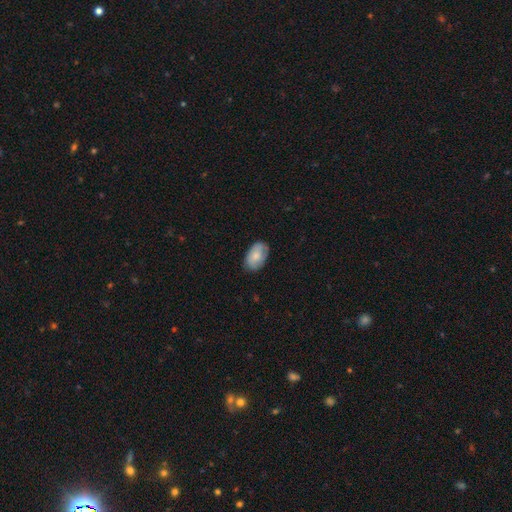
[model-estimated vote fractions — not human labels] This appears to be a smooth galaxy with no disk features (76%) that is in between round and cigar-shaped (92%). Merging: none (77%).